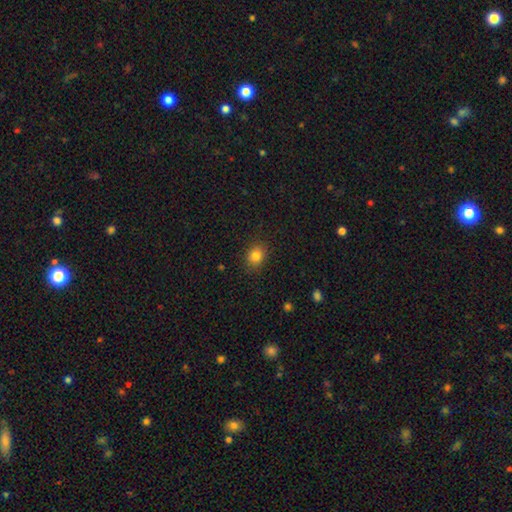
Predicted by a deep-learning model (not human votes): smooth_or_featured: smooth (p=0.82) [alt: star or artifact p=0.12]
how_rounded: round (p=0.58) [alt: in between p=0.41]
merging: none (p=0.88) [alt: minor disturbance p=0.09]